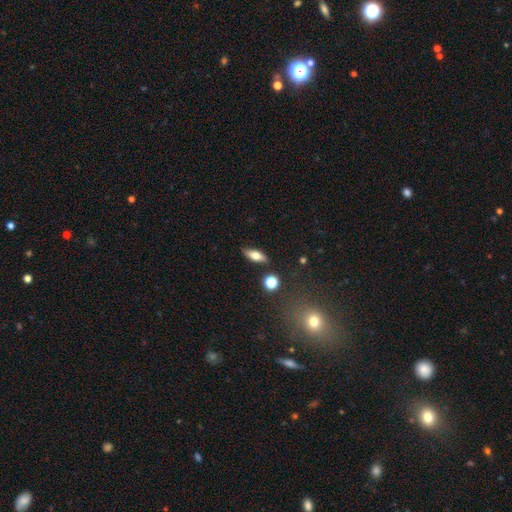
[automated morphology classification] Smooth or featured? Predicted: smooth (p=0.64). How rounded? Predicted: in between (p=0.67). Merging? Predicted: none (p=0.84).